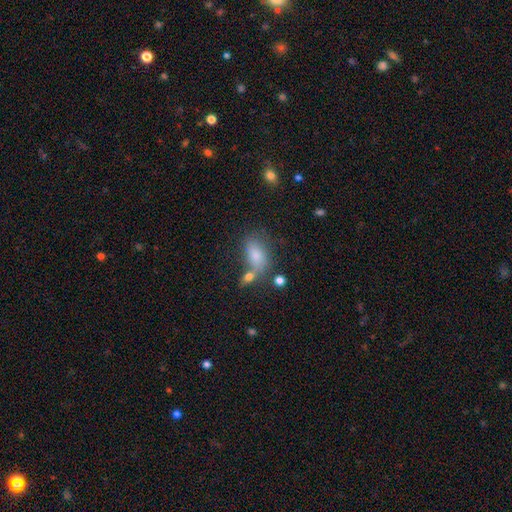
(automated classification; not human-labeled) Q: Smooth or featured?
A: smooth (75%); runner-up: featured or disk (13%)
Q: How rounded?
A: in between (86%); runner-up: round (9%)
Q: Merging?
A: none (50%); runner-up: merger (24%)